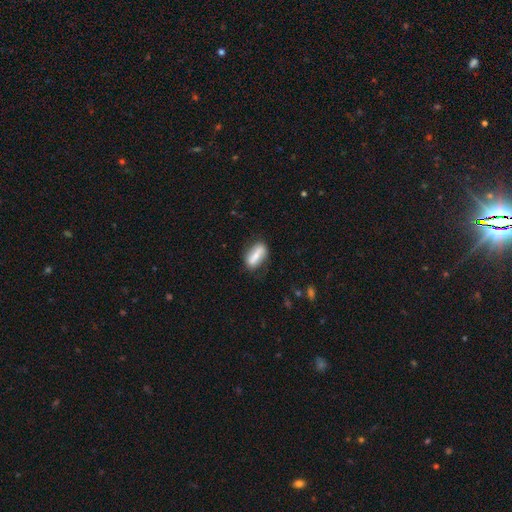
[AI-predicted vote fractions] Q: Smooth or featured?
A: smooth (64%); runner-up: featured or disk (29%)
Q: How rounded?
A: in between (67%); runner-up: cigar-shaped (28%)
Q: Merging?
A: none (75%); runner-up: minor disturbance (17%)